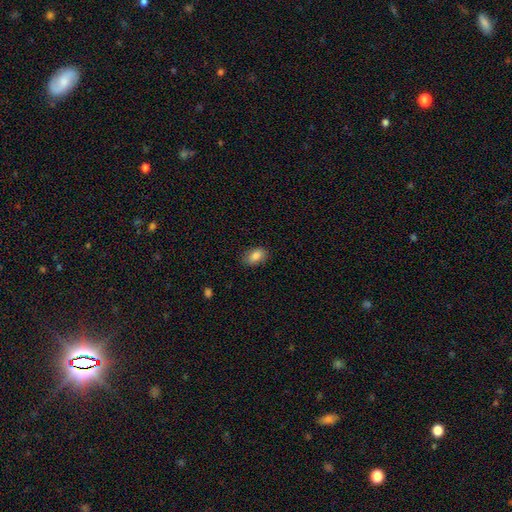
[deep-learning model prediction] Q: Smooth or featured?
A: smooth (86%); runner-up: star or artifact (8%)
Q: How rounded?
A: in between (89%); runner-up: round (9%)
Q: Merging?
A: none (83%); runner-up: minor disturbance (13%)